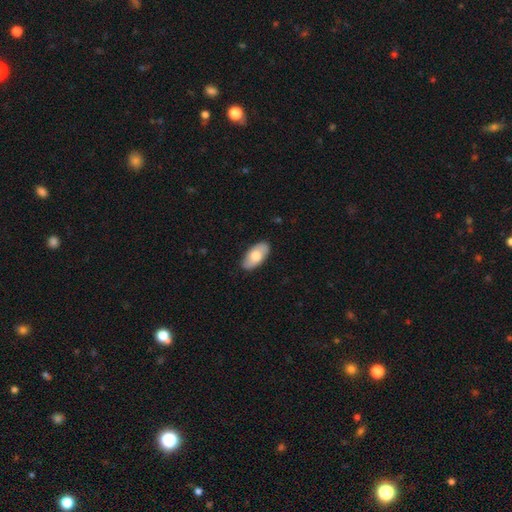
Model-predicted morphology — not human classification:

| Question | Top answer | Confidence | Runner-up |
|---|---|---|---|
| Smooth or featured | smooth | 71% | featured or disk (24%) |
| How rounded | in between | 94% | cigar-shaped (4%) |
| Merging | none | 87% | minor disturbance (10%) |